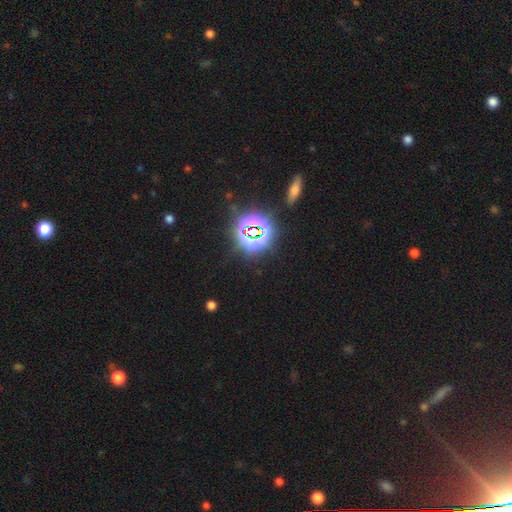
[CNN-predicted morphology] Smooth or featured? star or artifact (82%)